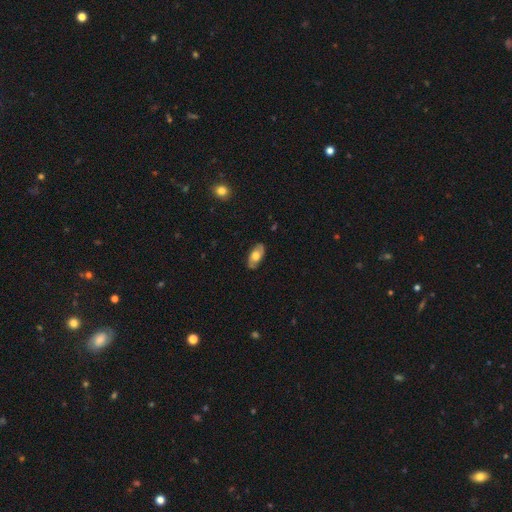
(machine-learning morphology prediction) A smooth galaxy with no disk features (53%) that is in between round and cigar-shaped (90%). Merging: none (85%).